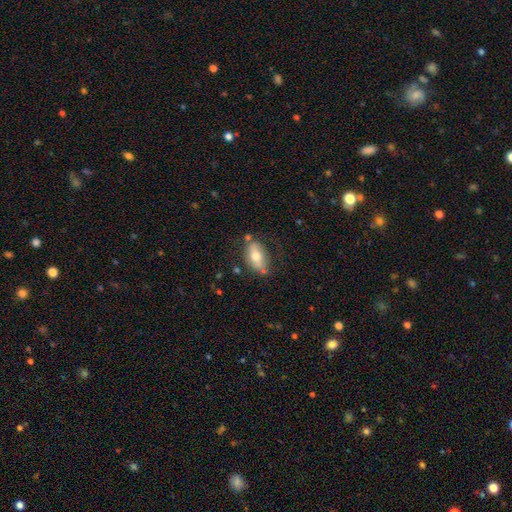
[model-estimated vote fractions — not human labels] smooth 56%, featured or disk 36%, star or artifact 8%. Down the decision tree: how rounded — in between (88%); merging — none (64%).